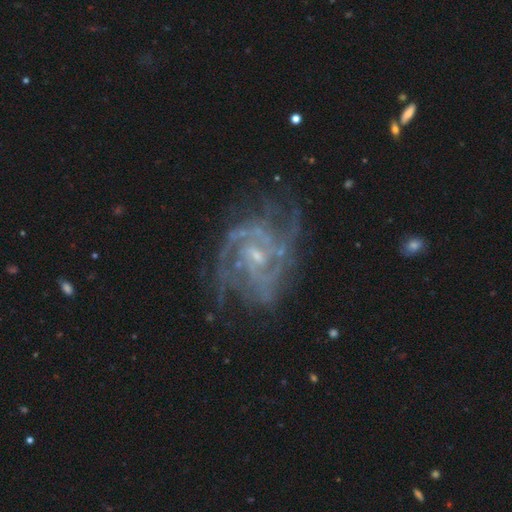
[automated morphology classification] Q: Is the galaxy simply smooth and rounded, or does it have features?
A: featured or disk — 88%.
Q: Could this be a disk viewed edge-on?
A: no — 98%.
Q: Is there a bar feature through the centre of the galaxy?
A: weak — 45%.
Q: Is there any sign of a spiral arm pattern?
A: yes — 96%.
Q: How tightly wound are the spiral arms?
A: medium — 44%, tied with tight.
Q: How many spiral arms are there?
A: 2 — 24%, tied with can't tell.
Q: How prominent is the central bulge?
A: small — 70%.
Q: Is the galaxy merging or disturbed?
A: none — 68%.